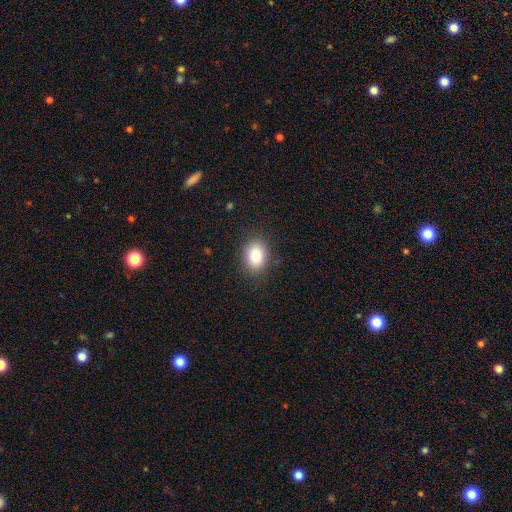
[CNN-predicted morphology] Smooth or featured? smooth (82%)
How rounded? in between (67%)
Merging? none (86%)